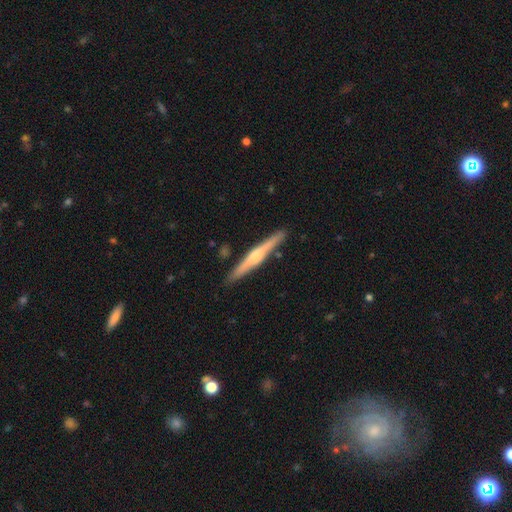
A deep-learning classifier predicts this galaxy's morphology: This appears to be a featured or disk galaxy (66%) viewed edge-on (98%) with a rounded central bulge (77%). Merging: none (88%).